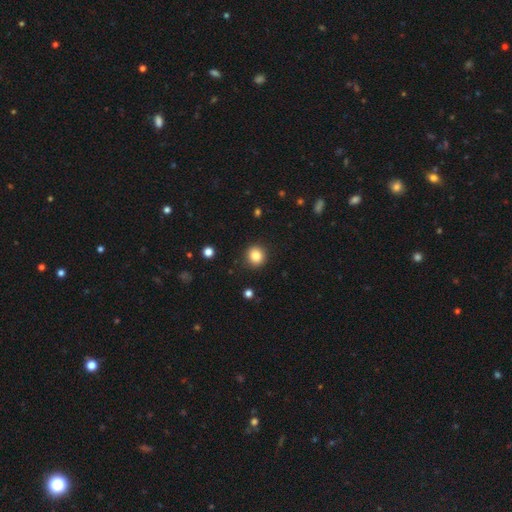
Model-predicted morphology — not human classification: The model was most divided on "smooth or featured": smooth: 83%, star or artifact: 11%, featured or disk: 6%. More confident: merging — none (91%); how rounded — round (90%).